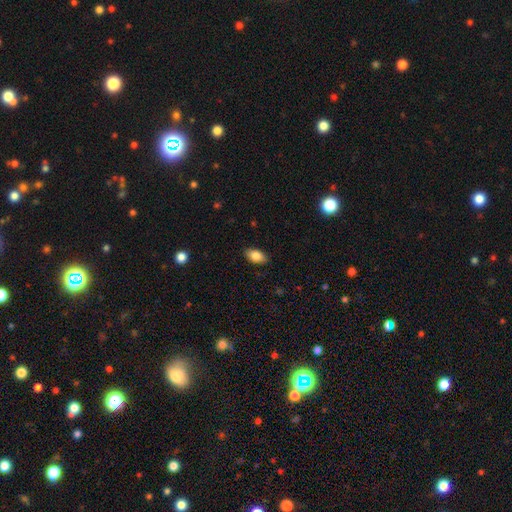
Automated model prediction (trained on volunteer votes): smooth-or-featured: smooth: 85% | featured or disk: 8% | star or artifact: 7%
  how-rounded: in between: 92% | round: 5% | cigar-shaped: 3%
  merging: none: 87% | minor disturbance: 10% | major disturbance: 2% | merger: 1%